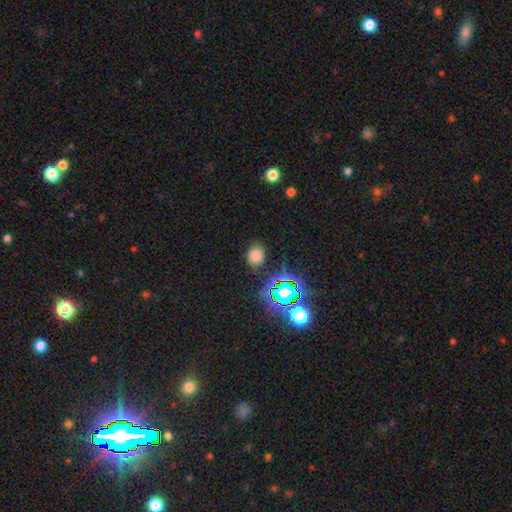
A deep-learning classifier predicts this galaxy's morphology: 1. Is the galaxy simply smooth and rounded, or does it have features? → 71% smooth, 23% star or artifact, 6% featured or disk.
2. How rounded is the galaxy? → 66% round, 33% in between, 1% cigar-shaped.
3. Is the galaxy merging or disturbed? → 81% none, 13% minor disturbance, 4% major disturbance, 2% merger.